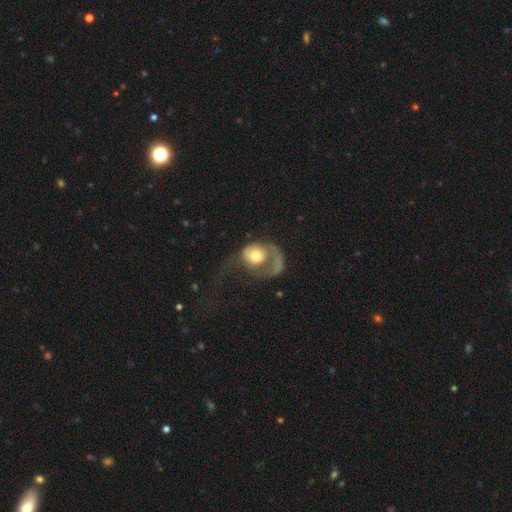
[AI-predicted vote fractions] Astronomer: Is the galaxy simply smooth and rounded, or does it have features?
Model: featured or disk — 48% (runner-up: smooth, 46%).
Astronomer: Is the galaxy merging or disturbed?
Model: major disturbance — 66%.